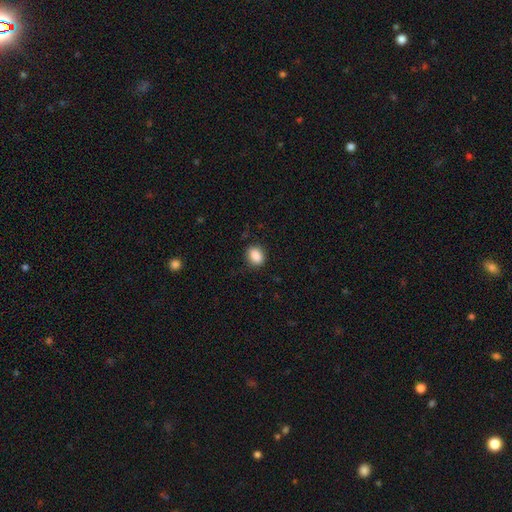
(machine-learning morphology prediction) smooth 88%, star or artifact 9%, featured or disk 4%. Down the decision tree: how rounded — in between (61%); merging — none (84%).